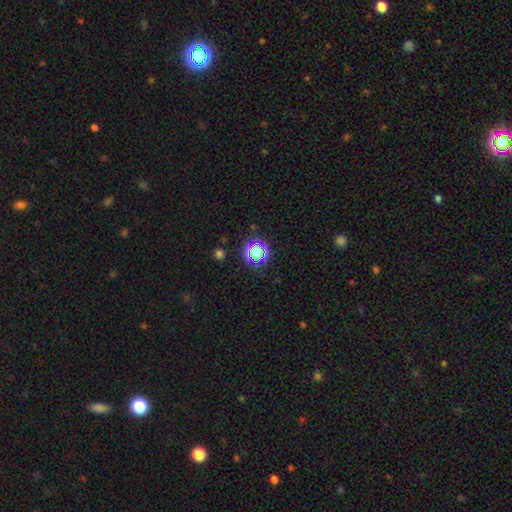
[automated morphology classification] This appears to be a star or artifact, not a galaxy (63%).